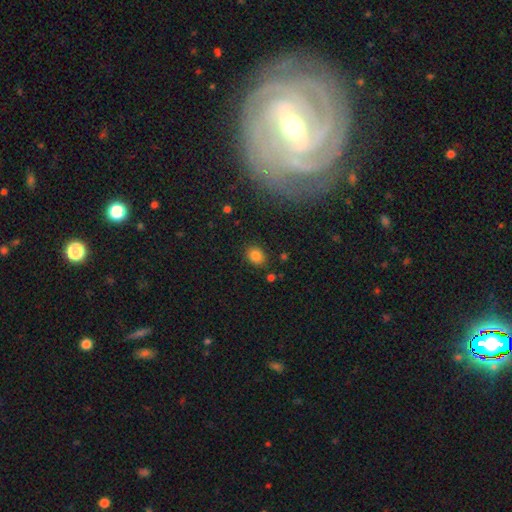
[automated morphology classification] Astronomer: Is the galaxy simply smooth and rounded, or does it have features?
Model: smooth — 83%.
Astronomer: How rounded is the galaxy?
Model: round — 51% (runner-up: in between, 48%).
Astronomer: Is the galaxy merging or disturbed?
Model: none — 83%.